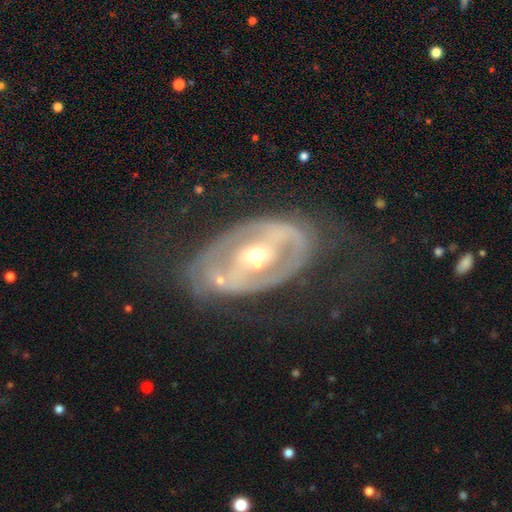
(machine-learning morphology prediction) A featured or disk galaxy (79%) with no bar (36%), spiral arms (52%) and a moderate central bulge (60%).

Vote fractions:
- Smooth or featured? featured or disk: 79% / smooth: 15% / star or artifact: 6%
- Edge-on disk? no: 93% / yes: 7%
- Bar? no: 36% / strong: 33% / weak: 31%
- Spiral arms? yes: 52% / no: 48%
- Bulge size? moderate: 60% / small: 32% / large: 5% / none: 1% / dominant: 1%
- Merging? none: 60% / minor disturbance: 20% / major disturbance: 17% / merger: 3%